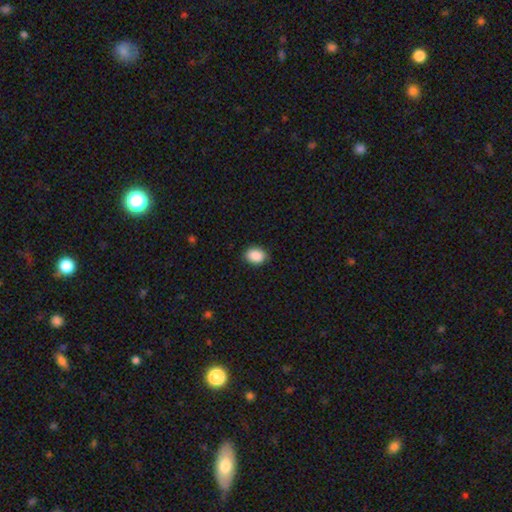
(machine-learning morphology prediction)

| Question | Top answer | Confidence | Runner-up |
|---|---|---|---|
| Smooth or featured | smooth | 90% | star or artifact (8%) |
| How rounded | in between | 67% | round (31%) |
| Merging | none | 88% | minor disturbance (9%) |